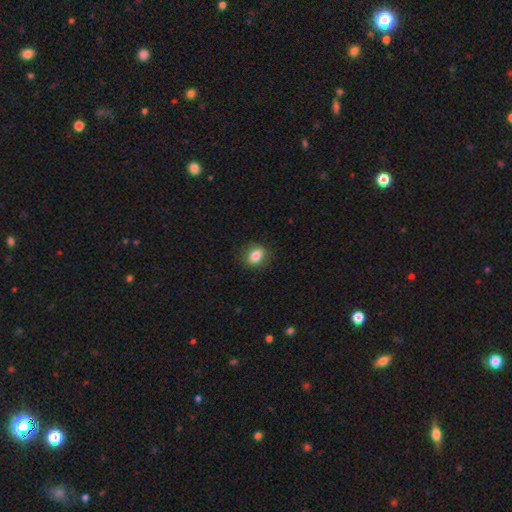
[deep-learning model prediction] The model was most divided on "how rounded": in between: 57%, round: 41%, cigar-shaped: 1%. More confident: merging — none (85%); smooth or featured — smooth (82%).